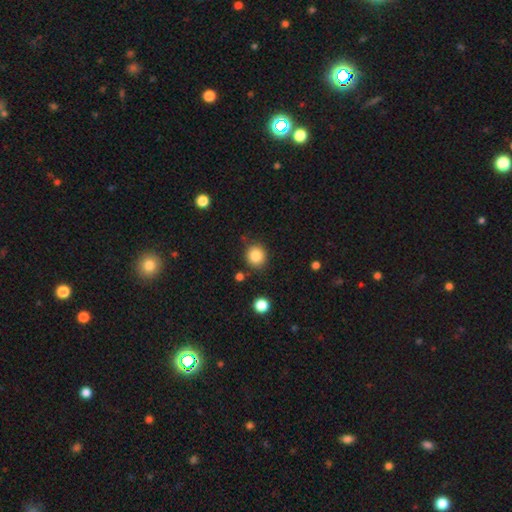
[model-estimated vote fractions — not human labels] smooth_or_featured: smooth (p=0.86) [alt: star or artifact p=0.10]
how_rounded: round (p=0.88) [alt: in between p=0.11]
merging: none (p=0.84) [alt: minor disturbance p=0.09]